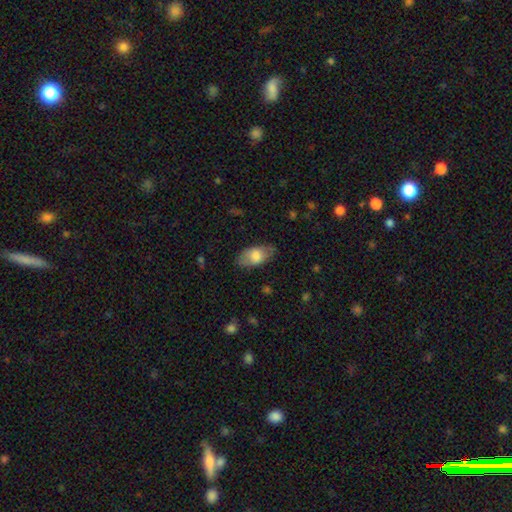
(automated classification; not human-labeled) A smooth galaxy with no disk features (74%) that is in between round and cigar-shaped (92%). Merging: none (77%).